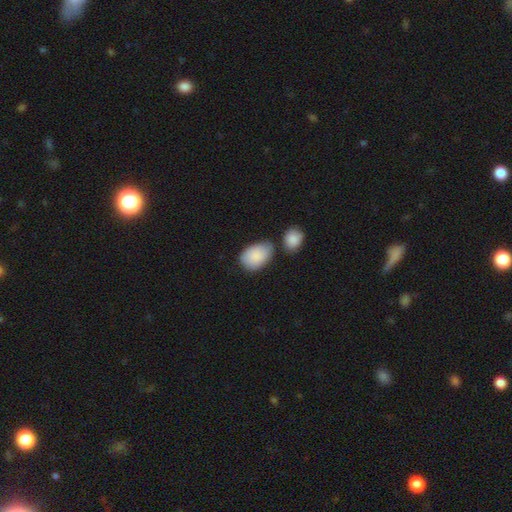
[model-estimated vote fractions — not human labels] Smooth or featured: smooth — 87% (featured or disk — 7%)
How rounded: in between — 87% (round — 12%)
Merging: none — 50% (minor disturbance — 24%)